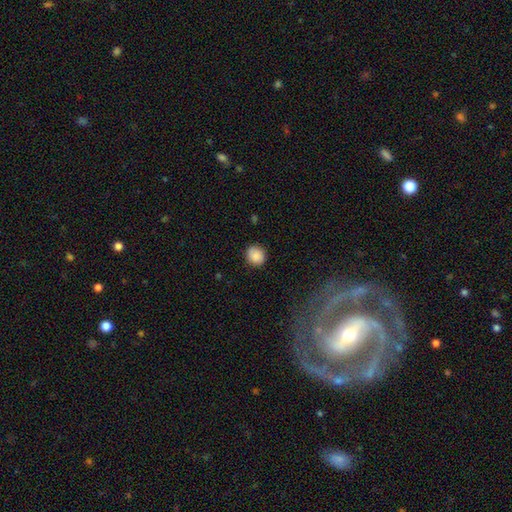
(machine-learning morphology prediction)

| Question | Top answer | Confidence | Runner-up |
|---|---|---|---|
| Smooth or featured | smooth | 87% | star or artifact (8%) |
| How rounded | round | 82% | in between (17%) |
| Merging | none | 87% | minor disturbance (10%) |